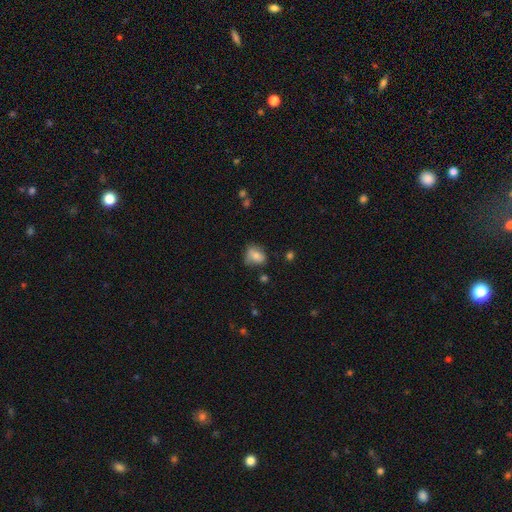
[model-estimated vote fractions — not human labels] A smooth galaxy with no disk features (73%) that is in between round and cigar-shaped (56%).

Vote fractions:
- Smooth or featured? smooth: 73% / featured or disk: 17% / star or artifact: 10%
- How rounded? in between: 56% / round: 43% / cigar-shaped: 1%
- Merging? none: 51% / minor disturbance: 33% / major disturbance: 11% / merger: 5%